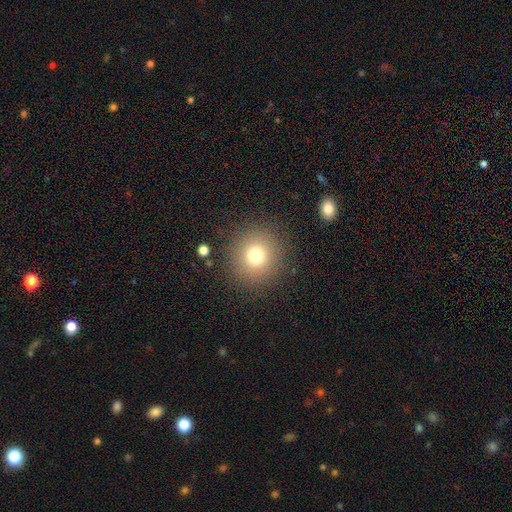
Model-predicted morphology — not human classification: A smooth galaxy with no disk features (75%) that is round (93%).

Vote fractions:
- Smooth or featured? smooth: 75% / star or artifact: 15% / featured or disk: 10%
- How rounded? round: 93% / in between: 6% / cigar-shaped: 1%
- Merging? none: 88% / minor disturbance: 7% / major disturbance: 4% / merger: 2%